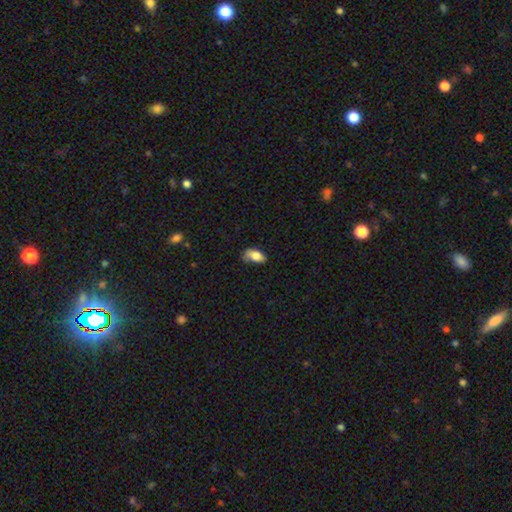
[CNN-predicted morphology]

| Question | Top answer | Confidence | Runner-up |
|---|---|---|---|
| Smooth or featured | smooth | 80% | featured or disk (12%) |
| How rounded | in between | 91% | round (5%) |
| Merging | none | 46% | minor disturbance (39%) |